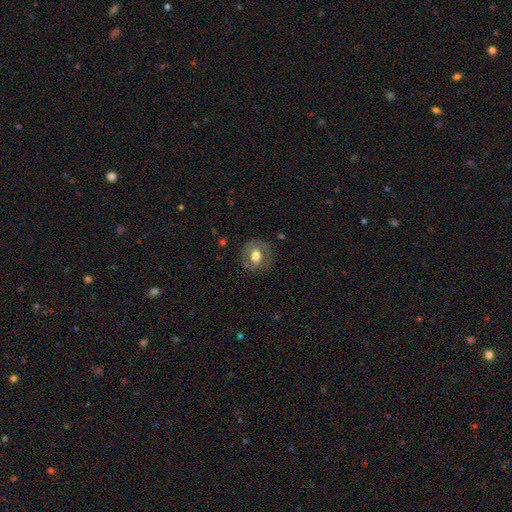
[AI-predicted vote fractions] Smooth or featured? Predicted: smooth (p=0.57). How rounded? Predicted: round (p=0.80). Merging? Predicted: none (p=0.79).